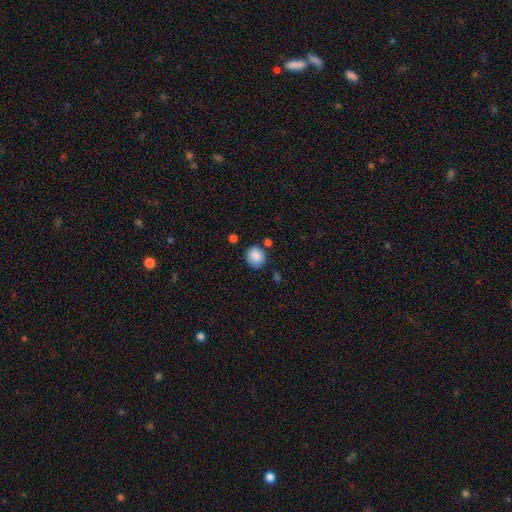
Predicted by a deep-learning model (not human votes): Morphology: type=smooth (87%); roundness=round (84%); merging=none (79%).